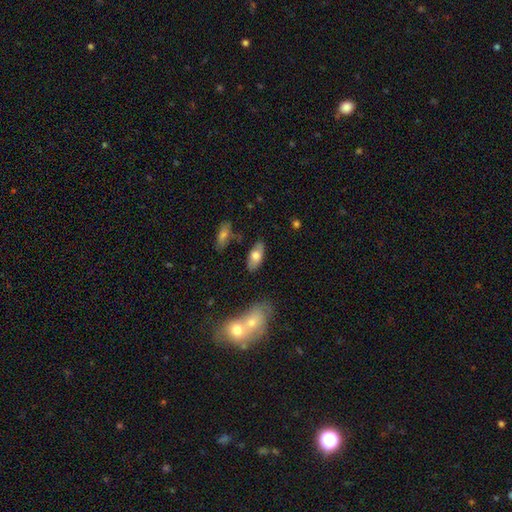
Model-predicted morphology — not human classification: This is likely a smooth galaxy (70%). How rounded: clearly in between (89%). Merging: likely none (79%).